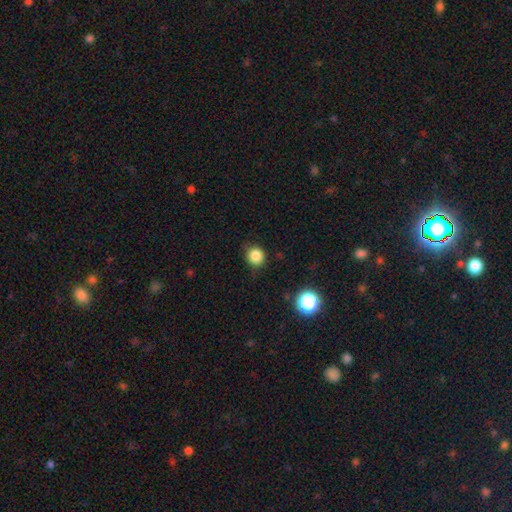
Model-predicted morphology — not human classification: smooth 84%, star or artifact 12%, featured or disk 4%. Down the decision tree: how rounded — round (90%); merging — none (81%).